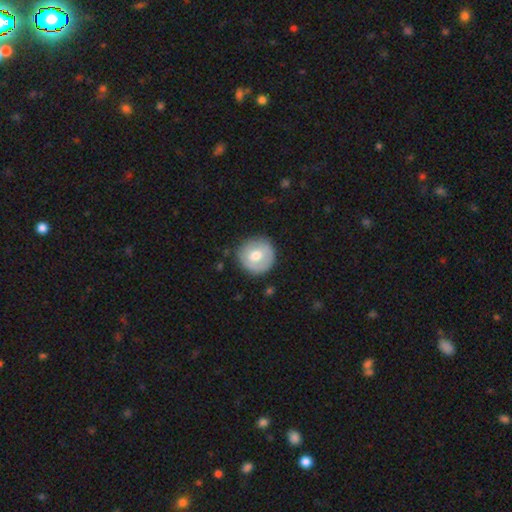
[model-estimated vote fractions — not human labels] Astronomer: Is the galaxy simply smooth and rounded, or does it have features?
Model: smooth — 61%.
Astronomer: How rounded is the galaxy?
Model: round — 93%.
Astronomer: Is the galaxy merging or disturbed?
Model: none — 80%.